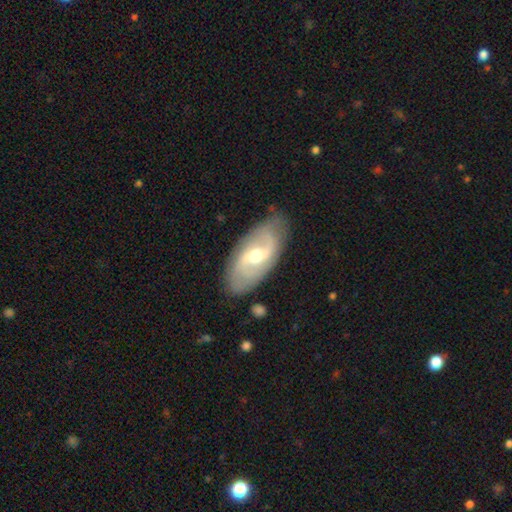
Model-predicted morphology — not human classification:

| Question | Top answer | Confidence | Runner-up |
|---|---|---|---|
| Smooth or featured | featured or disk | 75% | smooth (19%) |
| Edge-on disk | no | 92% | yes (8%) |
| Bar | weak | 54% | strong (25%) |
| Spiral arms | yes | 86% | no (14%) |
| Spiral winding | loose | 41% | medium (39%) |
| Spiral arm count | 2 | 78% | can't tell (13%) |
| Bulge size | moderate | 67% | small (25%) |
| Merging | none | 79% | minor disturbance (15%) |